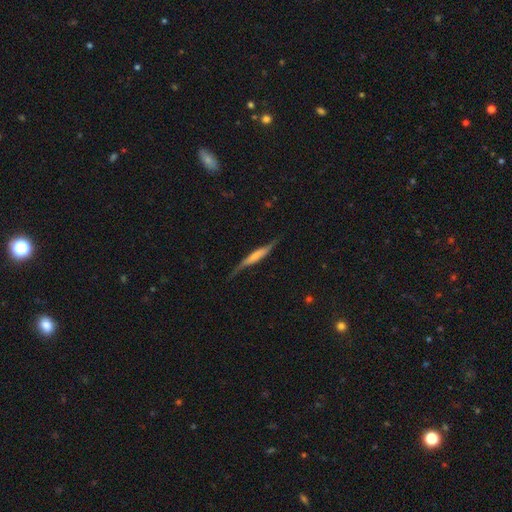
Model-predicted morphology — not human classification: Overall: featured or disk (59%; smooth 35%). Edge-on disk: yes (80%). Merging: none (63%; minor disturbance 25%).